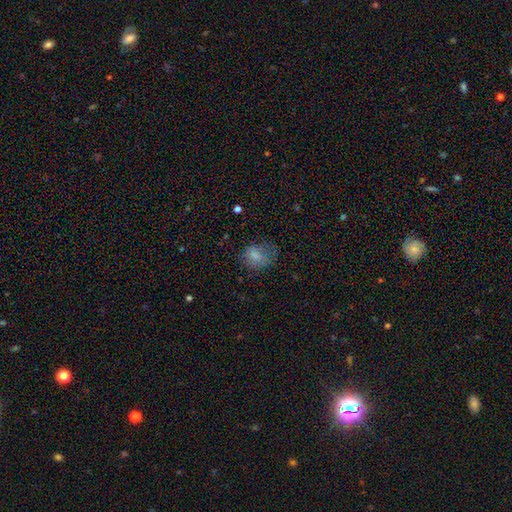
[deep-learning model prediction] smooth 71%, featured or disk 15%, star or artifact 13%. Down the decision tree: how rounded — in between (61%); merging — none (47%).